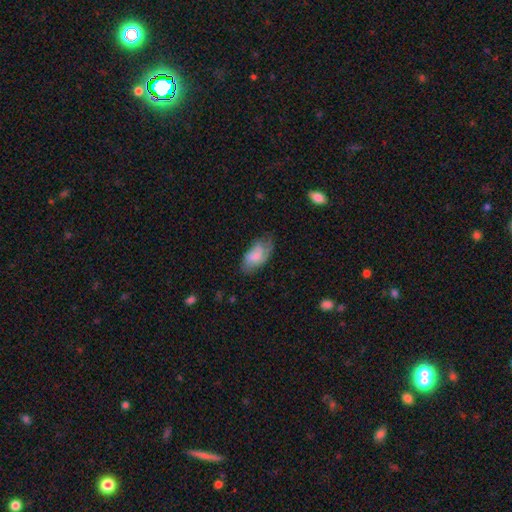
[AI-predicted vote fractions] Smooth or featured? smooth (61%)
How rounded? in between (93%)
Merging? none (53%)